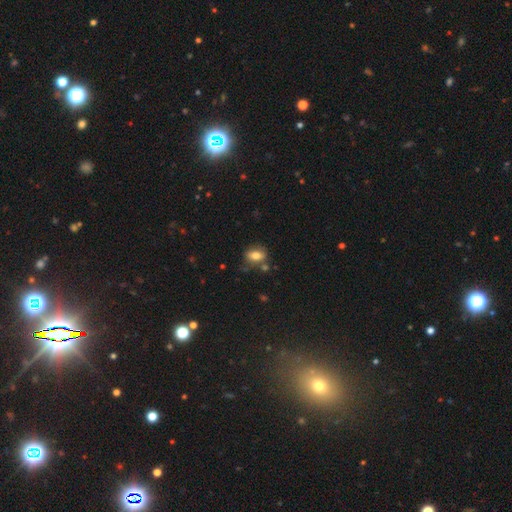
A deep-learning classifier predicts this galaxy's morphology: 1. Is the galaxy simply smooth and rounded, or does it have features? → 77% smooth, 14% featured or disk, 10% star or artifact.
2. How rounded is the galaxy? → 77% in between, 21% round, 2% cigar-shaped.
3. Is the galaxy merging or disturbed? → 62% none, 22% minor disturbance, 10% merger, 7% major disturbance.